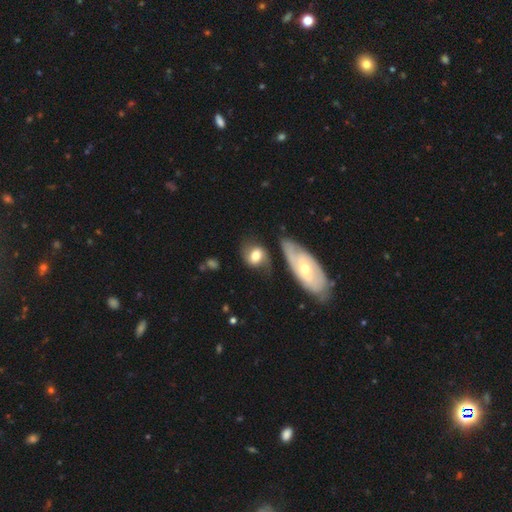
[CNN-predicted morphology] Overall: smooth (53%; featured or disk 40%). How rounded: in between (52%; round 46%). Merging: none (53%; minor disturbance 22%).